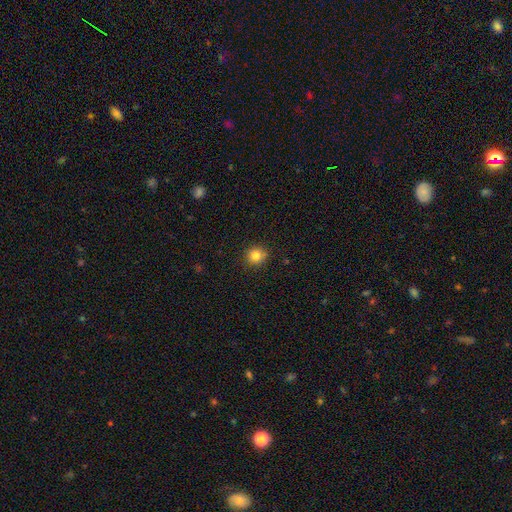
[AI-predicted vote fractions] Smooth or featured? Predicted: smooth (p=0.82). How rounded? Predicted: round (p=0.91). Merging? Predicted: none (p=0.90).